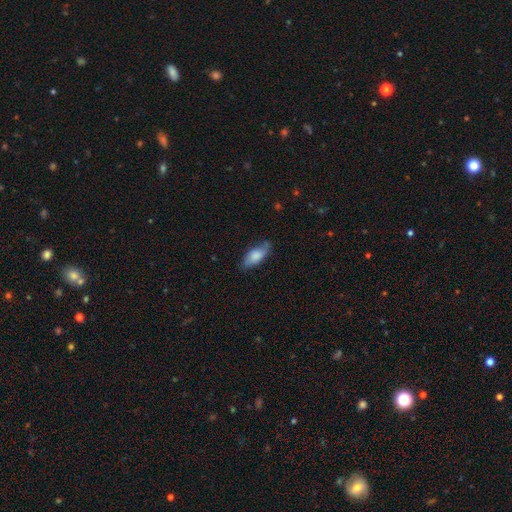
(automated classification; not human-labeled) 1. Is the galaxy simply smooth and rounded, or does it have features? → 75% smooth, 18% featured or disk, 7% star or artifact.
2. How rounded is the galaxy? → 84% in between, 13% cigar-shaped, 3% round.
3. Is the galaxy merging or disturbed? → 67% none, 25% minor disturbance, 5% major disturbance, 2% merger.